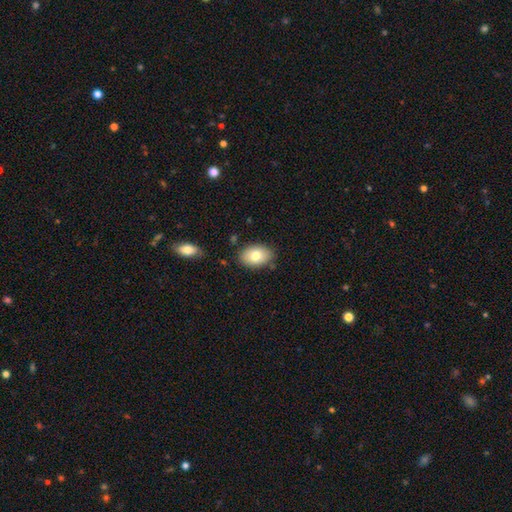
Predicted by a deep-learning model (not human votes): smooth-or-featured: smooth: 79% | featured or disk: 14% | star or artifact: 8%
  how-rounded: in between: 86% | round: 13% | cigar-shaped: 1%
  merging: none: 82% | minor disturbance: 13% | merger: 3% | major disturbance: 3%